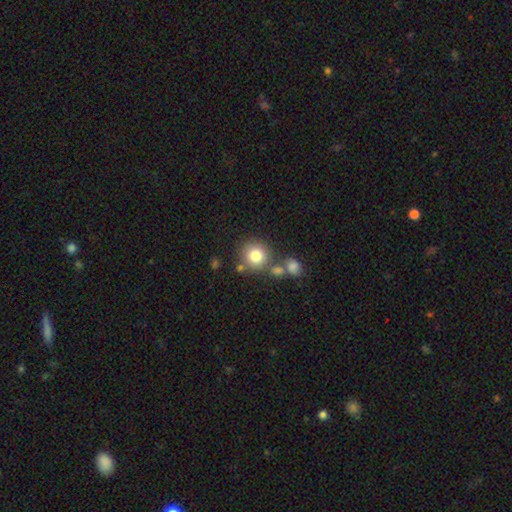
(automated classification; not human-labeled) smooth 79%, star or artifact 10%, featured or disk 10%. Down the decision tree: how rounded — round (92%); merging — none (68%).